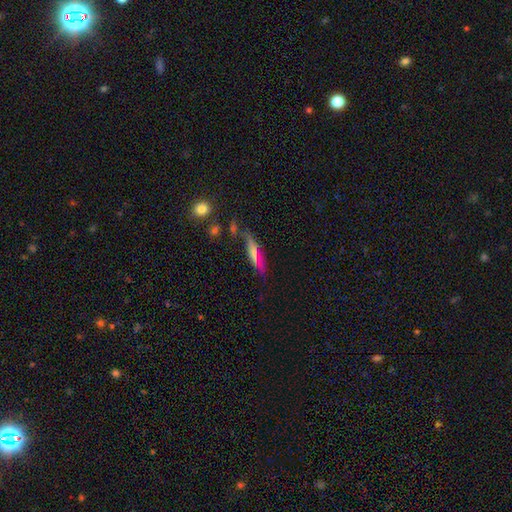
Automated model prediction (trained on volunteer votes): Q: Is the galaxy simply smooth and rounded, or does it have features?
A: smooth — 58%.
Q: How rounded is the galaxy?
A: cigar-shaped — 77%.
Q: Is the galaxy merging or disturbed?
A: none — 65%.